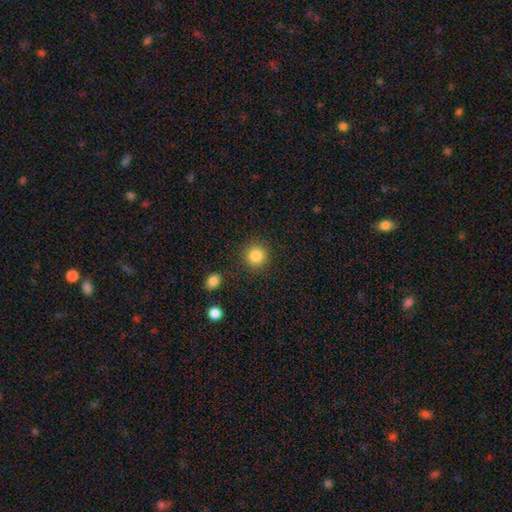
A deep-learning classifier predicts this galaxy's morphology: Smooth or featured: smooth — 85% (star or artifact — 10%)
How rounded: round — 93% (in between — 6%)
Merging: none — 88% (minor disturbance — 7%)